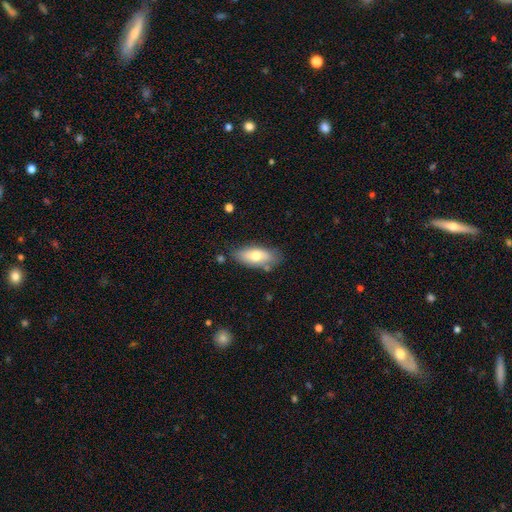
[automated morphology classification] Smooth or featured?
  - smooth: 69% *
  - featured or disk: 24%
  - star or artifact: 7%
How rounded?
  - in between: 88% *
  - cigar-shaped: 9%
  - round: 3%
Merging?
  - none: 71% *
  - minor disturbance: 20%
  - merger: 5%
  - major disturbance: 4%